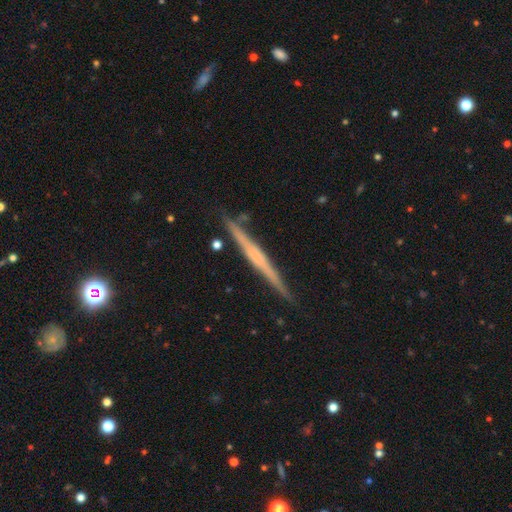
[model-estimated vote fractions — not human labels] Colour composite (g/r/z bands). It shows a featured or disk galaxy (67%) viewed edge-on (98%) with no central bulge (58%). Merging: none (87%).